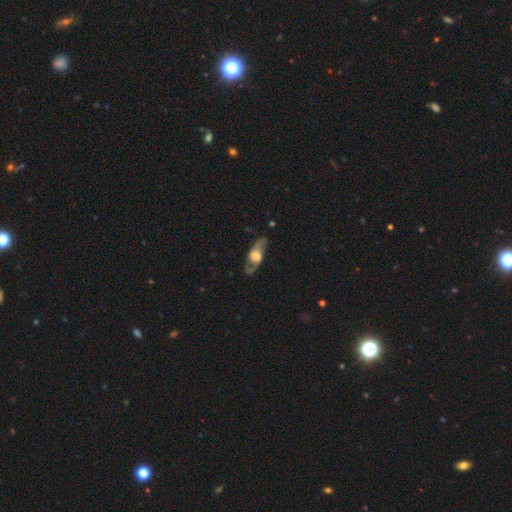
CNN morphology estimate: A featured or disk galaxy (66%). Merging: none (75%).